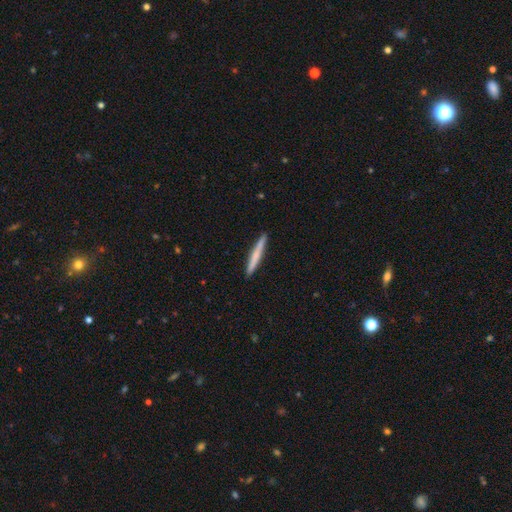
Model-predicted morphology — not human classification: A smooth galaxy with no disk features (64%) that is cigar-shaped (97%). Merging: none (93%).